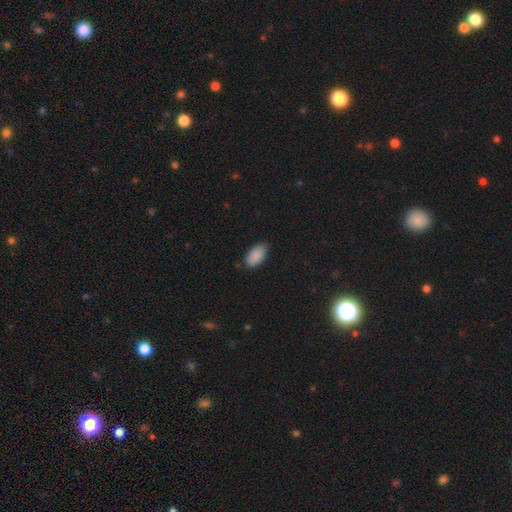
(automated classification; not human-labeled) A smooth galaxy with no disk features (90%) that is in between round and cigar-shaped (94%).

Vote fractions:
- Smooth or featured? smooth: 90% / star or artifact: 7% / featured or disk: 4%
- How rounded? in between: 94% / cigar-shaped: 3% / round: 3%
- Merging? none: 81% / minor disturbance: 15% / major disturbance: 2% / merger: 1%